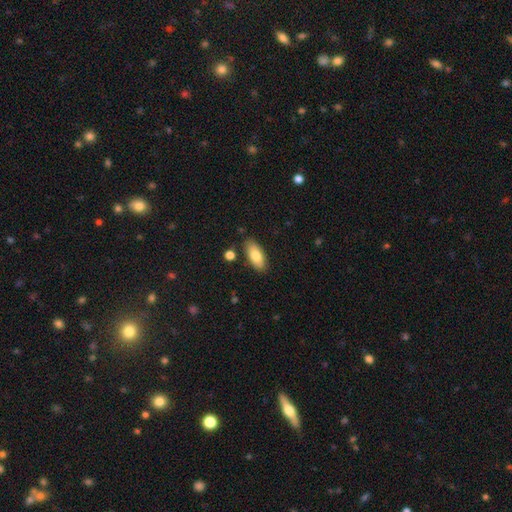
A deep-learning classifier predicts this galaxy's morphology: Overall: smooth (81%). How rounded: in between (87%). Merging: none (83%).